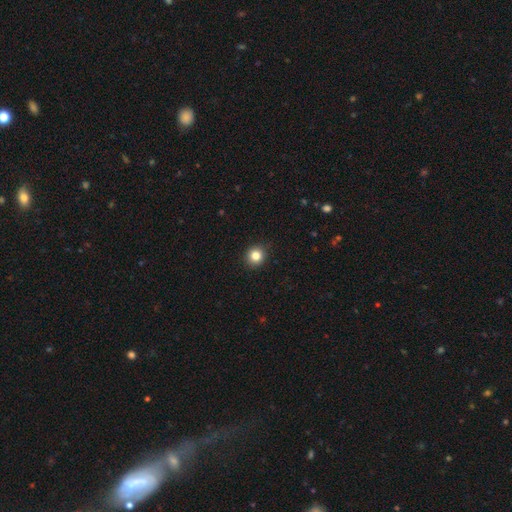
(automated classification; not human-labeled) Smooth or featured?
  - smooth: 84% *
  - star or artifact: 11%
  - featured or disk: 5%
How rounded?
  - round: 89% *
  - in between: 11%
  - cigar-shaped: 1%
Merging?
  - none: 91% *
  - minor disturbance: 6%
  - major disturbance: 2%
  - merger: 1%